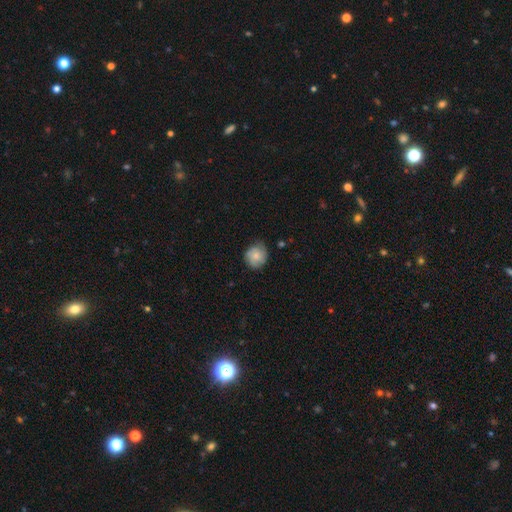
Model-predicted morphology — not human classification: Smooth or featured: smooth — 61% (featured or disk — 32%)
How rounded: round — 82% (in between — 17%)
Merging: none — 72% (minor disturbance — 22%)